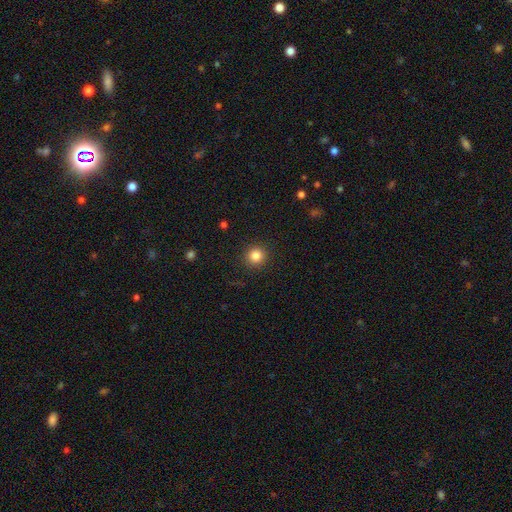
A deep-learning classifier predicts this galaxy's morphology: This appears to be a smooth galaxy with no disk features (84%) that is round (94%). Merging: none (91%).